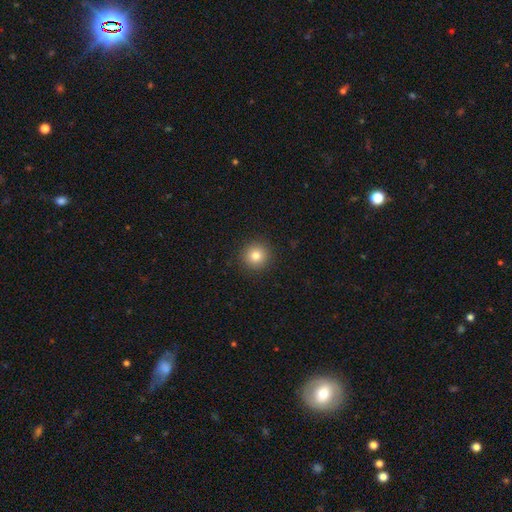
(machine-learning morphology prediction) Overall: smooth (81%). How rounded: round (95%). Merging: none (92%).